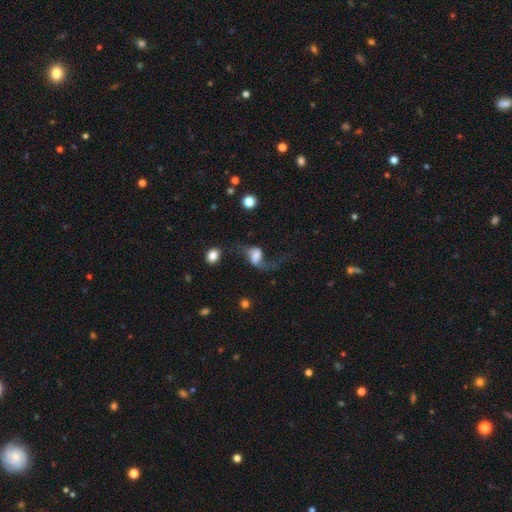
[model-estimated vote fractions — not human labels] A featured or disk galaxy (65%) with a weak bar (41%), 2 (81%) loose (89%) spiral arms (89%) and a moderate central bulge (28%). Merging: none (40%).